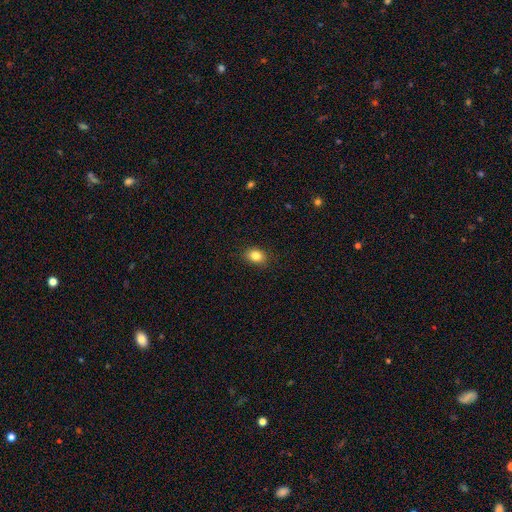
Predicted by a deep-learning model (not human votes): A smooth galaxy with no disk features (84%) that is in between round and cigar-shaped (66%). Merging: none (86%).